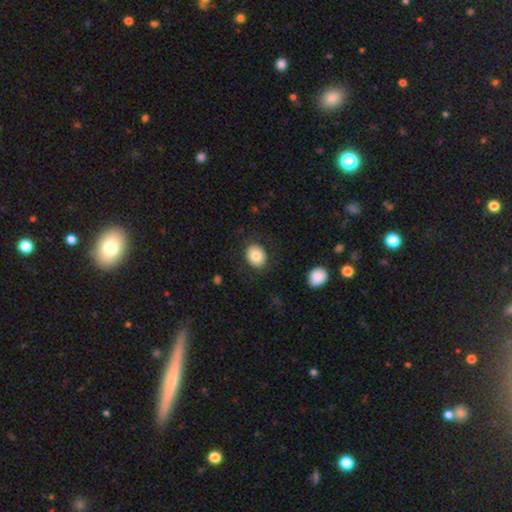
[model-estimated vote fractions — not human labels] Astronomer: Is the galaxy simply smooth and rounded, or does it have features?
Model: smooth — 81%.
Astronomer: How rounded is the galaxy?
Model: round — 58% (runner-up: in between, 41%).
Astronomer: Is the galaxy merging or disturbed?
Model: none — 85%.